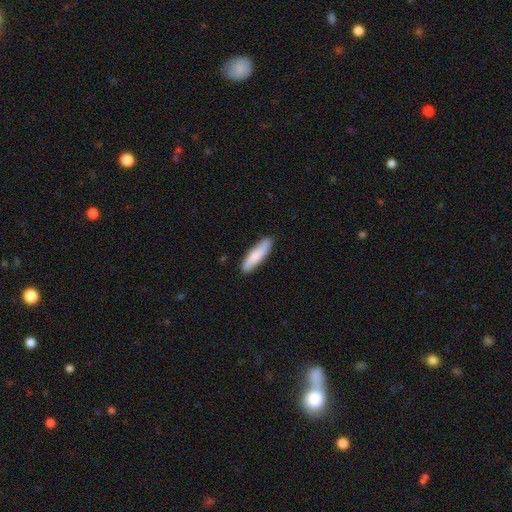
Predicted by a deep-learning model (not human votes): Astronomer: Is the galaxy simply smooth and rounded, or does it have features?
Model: smooth — 80%.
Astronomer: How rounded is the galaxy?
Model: cigar-shaped — 76%.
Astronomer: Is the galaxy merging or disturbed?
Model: none — 86%.